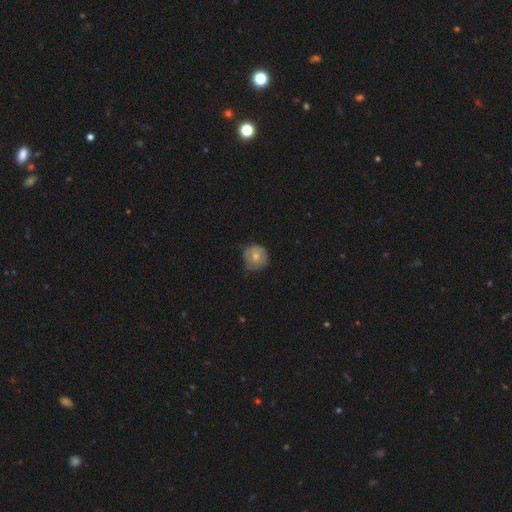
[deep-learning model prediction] Smooth or featured? Predicted: smooth (p=0.72). How rounded? Predicted: round (p=0.90). Merging? Predicted: none (p=0.64).